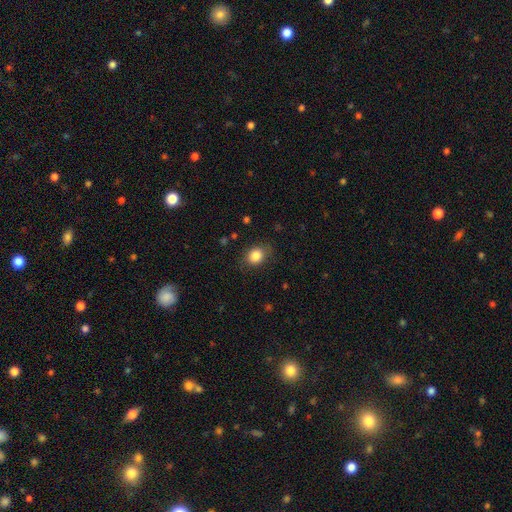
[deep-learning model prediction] smooth-or-featured: smooth: 85% | star or artifact: 10% | featured or disk: 6%
  how-rounded: round: 53% | in between: 46% | cigar-shaped: 1%
  merging: none: 80% | minor disturbance: 15% | major disturbance: 4% | merger: 1%